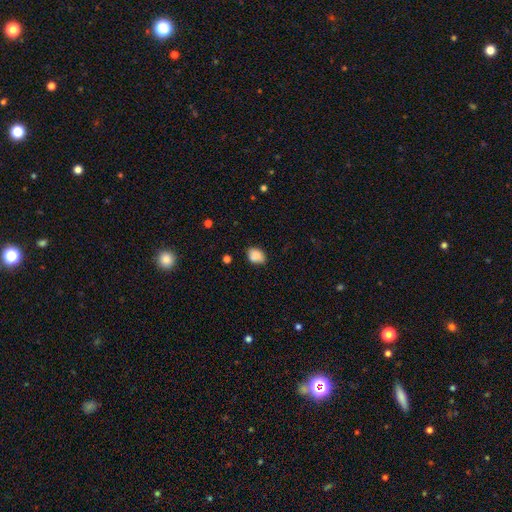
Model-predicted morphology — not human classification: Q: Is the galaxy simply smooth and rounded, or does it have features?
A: smooth — 86%.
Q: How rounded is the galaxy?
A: in between — 68%.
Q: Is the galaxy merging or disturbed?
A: none — 72%.